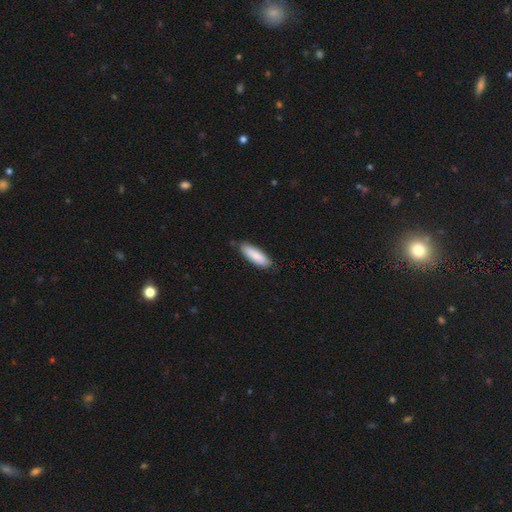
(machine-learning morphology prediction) A smooth galaxy with no disk features (87%) that is cigar-shaped (50%). Merging: none (82%).